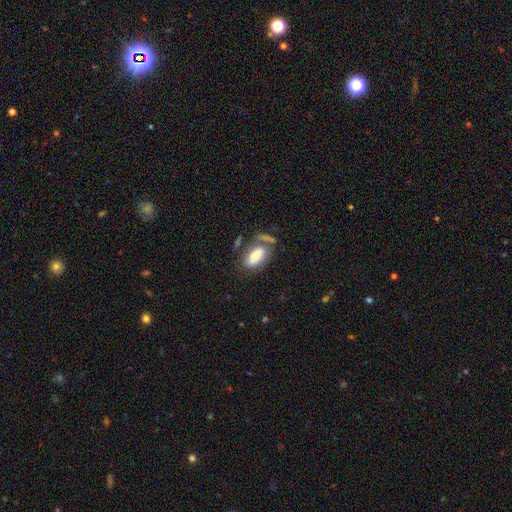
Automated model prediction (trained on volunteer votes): Overall: smooth (76%). How rounded: in between (91%). Merging: none (45%; merger 24%).